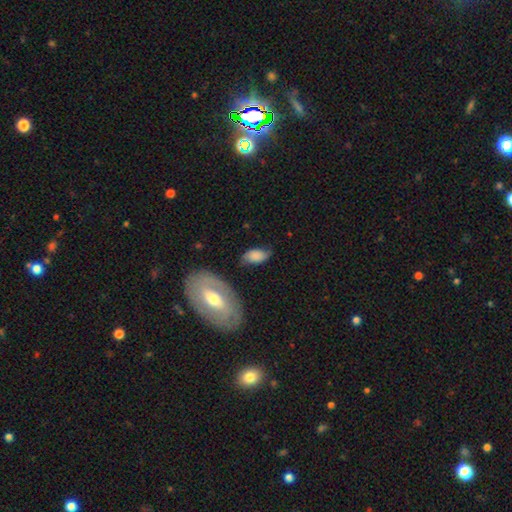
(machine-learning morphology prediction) type=smooth (70%); roundness=in between (91%); merging=none (65%).